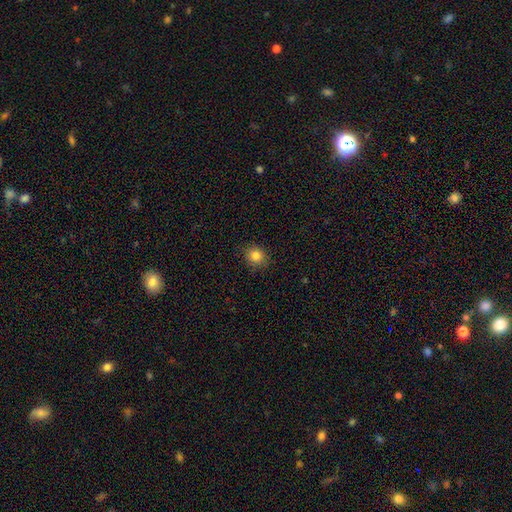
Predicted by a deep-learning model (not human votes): This is clearly a smooth galaxy (84%). How rounded: likely round (80%). Merging: clearly none (88%).